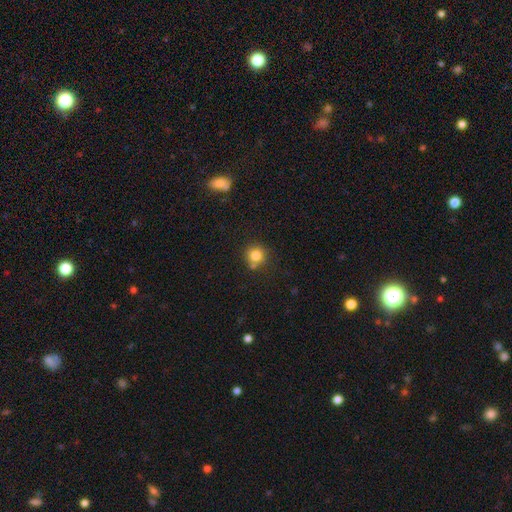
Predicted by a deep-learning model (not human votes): This is clearly a smooth galaxy (82%). How rounded: clearly round (92%). Merging: likely none (71%).